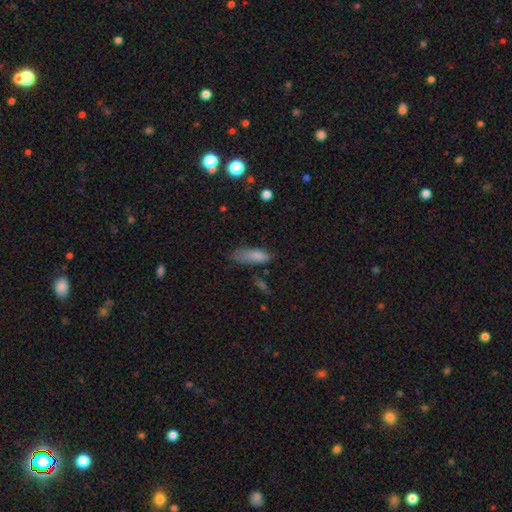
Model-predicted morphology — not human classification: smooth 81%, featured or disk 10%, star or artifact 9%. Down the decision tree: how rounded — in between (67%); merging — none (51%).